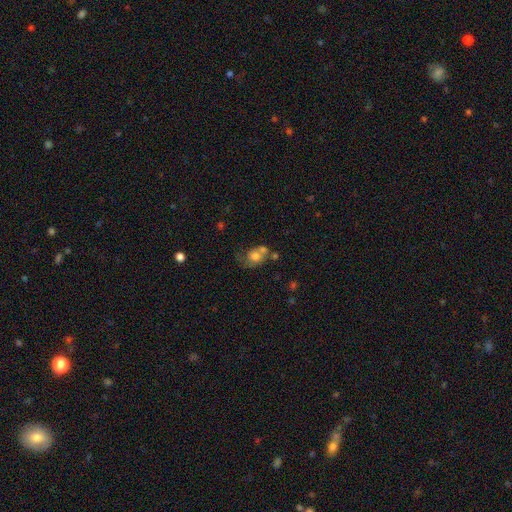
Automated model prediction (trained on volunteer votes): Overall: smooth (59%; featured or disk 30%). How rounded: round (55%; in between 44%). Merging: merger (40%; none 28%).